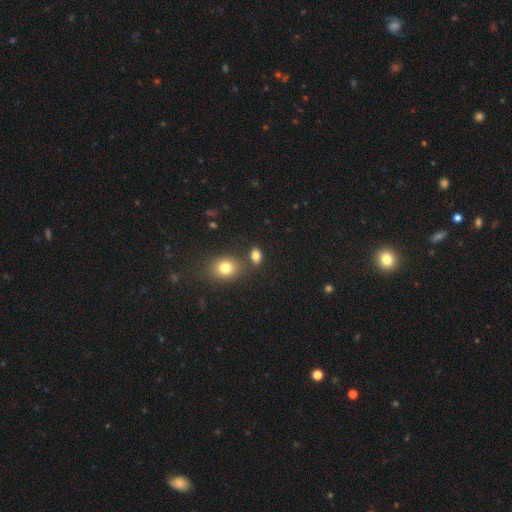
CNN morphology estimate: Overall: smooth (81%). How rounded: in between (74%). Merging: none (72%).